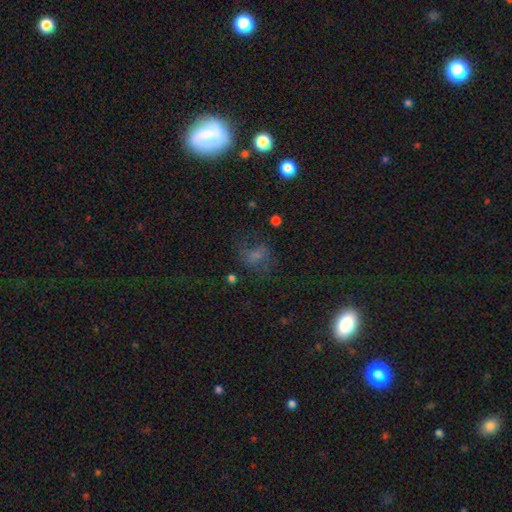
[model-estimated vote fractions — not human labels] Smooth or featured?
  - smooth: 51% *
  - featured or disk: 26%
  - star or artifact: 24%
How rounded?
  - in between: 54% *
  - round: 44%
  - cigar-shaped: 2%
Merging?
  - none: 44% *
  - major disturbance: 31%
  - minor disturbance: 21%
  - merger: 3%